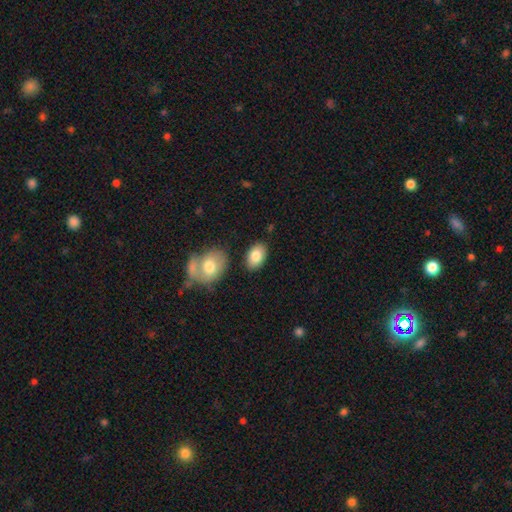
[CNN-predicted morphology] smooth 82%, featured or disk 11%, star or artifact 7%. Down the decision tree: how rounded — in between (90%); merging — none (81%).